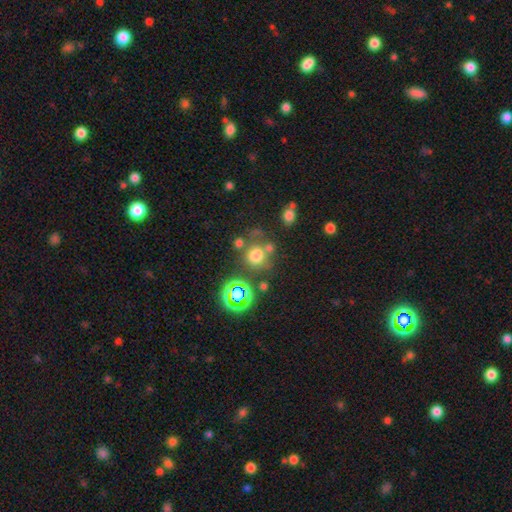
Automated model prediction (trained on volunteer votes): smooth-or-featured: smooth: 67% | star or artifact: 22% | featured or disk: 11%
  how-rounded: round: 87% | in between: 12% | cigar-shaped: 1%
  merging: none: 63% | merger: 17% | minor disturbance: 13% | major disturbance: 7%